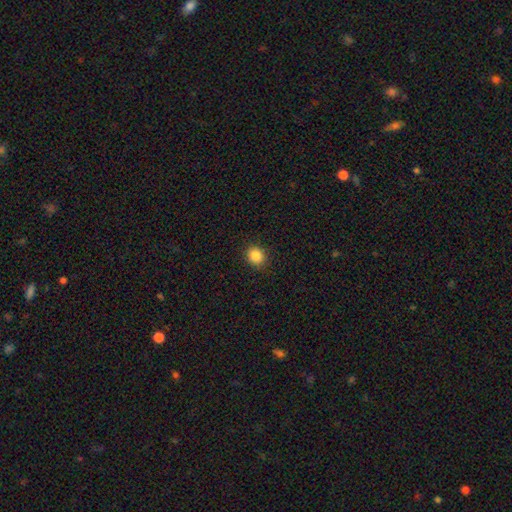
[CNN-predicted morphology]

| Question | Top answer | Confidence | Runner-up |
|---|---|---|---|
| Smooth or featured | smooth | 85% | star or artifact (11%) |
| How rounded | round | 81% | in between (18%) |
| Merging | none | 89% | minor disturbance (8%) |